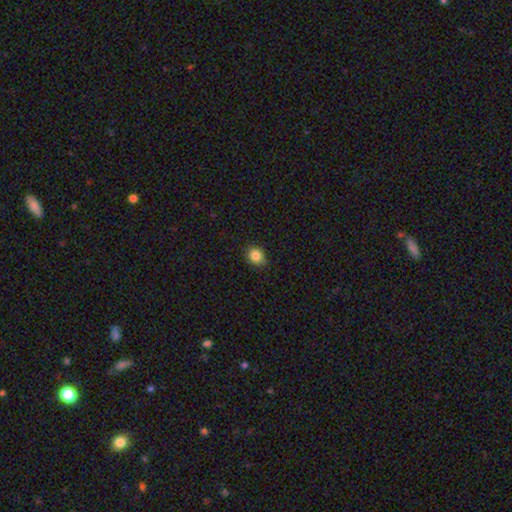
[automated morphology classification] type=smooth (85%); roundness=round (70%); merging=none (86%).